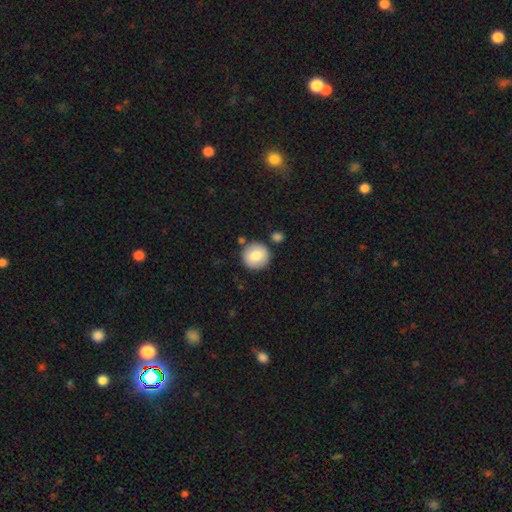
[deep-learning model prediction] Overall: smooth (83%). How rounded: round (95%). Merging: none (82%).